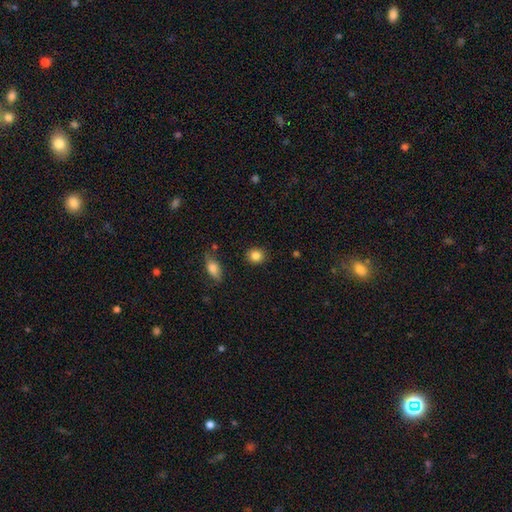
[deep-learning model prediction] smooth 86%, star or artifact 9%, featured or disk 5%. Down the decision tree: how rounded — round (81%); merging — none (89%).